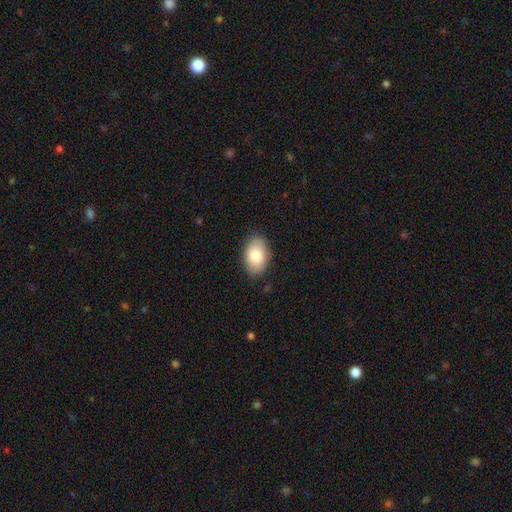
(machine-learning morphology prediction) Overall: smooth (82%). How rounded: in between (91%). Merging: none (85%).